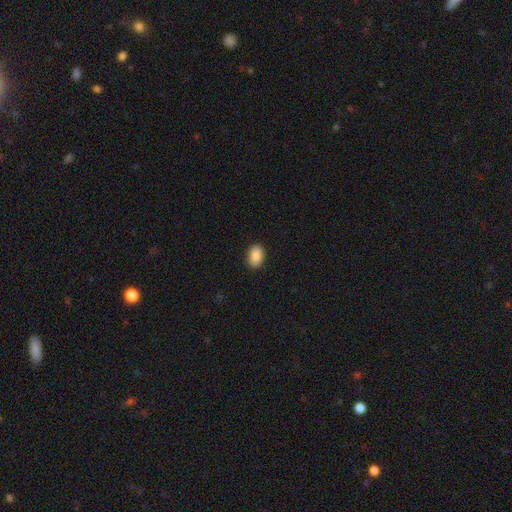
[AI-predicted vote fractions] smooth_or_featured: smooth (p=0.89) [alt: star or artifact p=0.07]
how_rounded: in between (p=0.87) [alt: round p=0.12]
merging: none (p=0.90) [alt: minor disturbance p=0.07]